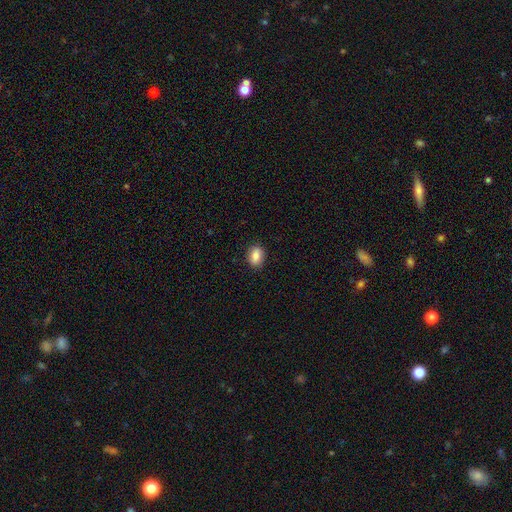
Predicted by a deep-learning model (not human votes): Smooth or featured?
  - smooth: 87% *
  - star or artifact: 8%
  - featured or disk: 6%
How rounded?
  - in between: 79% *
  - round: 19%
  - cigar-shaped: 2%
Merging?
  - none: 88% *
  - minor disturbance: 9%
  - major disturbance: 2%
  - merger: 1%